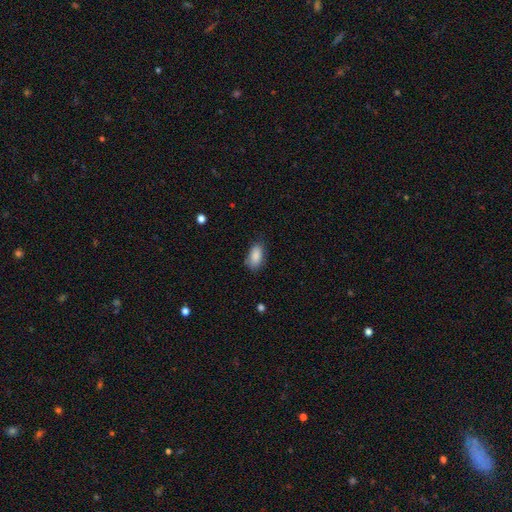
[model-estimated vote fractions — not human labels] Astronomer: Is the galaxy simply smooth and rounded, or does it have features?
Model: smooth — 88%.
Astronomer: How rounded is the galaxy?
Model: in between — 92%.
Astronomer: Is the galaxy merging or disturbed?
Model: none — 75%.